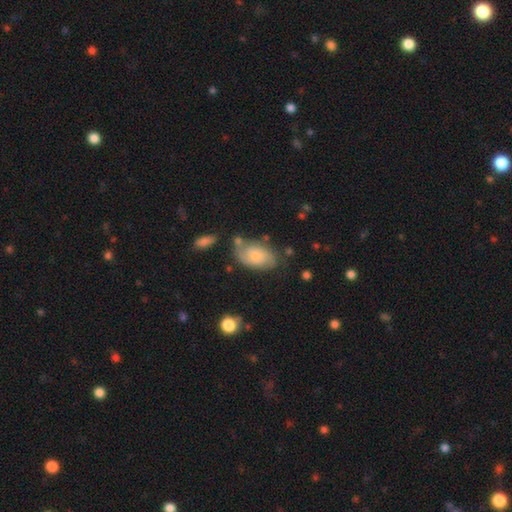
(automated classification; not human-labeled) Morphology: type=featured or disk (48%); merging=none (59%).